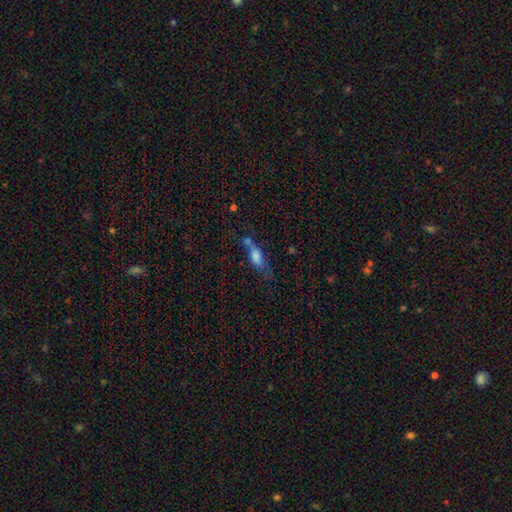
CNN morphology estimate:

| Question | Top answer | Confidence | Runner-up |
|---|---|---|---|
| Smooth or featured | smooth | 61% | featured or disk (26%) |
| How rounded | in between | 61% | cigar-shaped (33%) |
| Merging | none | 35% | merger (25%) |